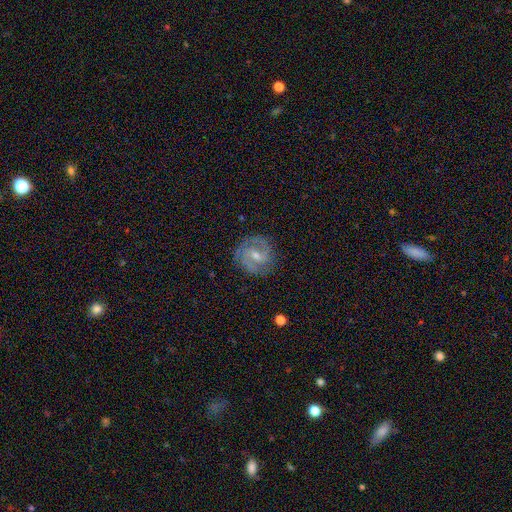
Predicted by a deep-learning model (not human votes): The model was most divided on "bulge size": small: 49%, moderate: 47%, none: 2%, large: 2%, dominant: 1%. Remaining: edge-on disk — no (97%); spiral arms — yes (94%); merging — none (82%); smooth or featured — featured or disk (82%); spiral arm count — 2 (76%); bar — weak (55%); spiral winding — tight (46%).